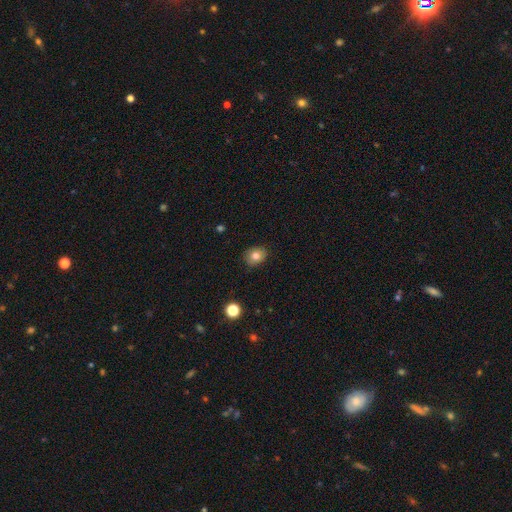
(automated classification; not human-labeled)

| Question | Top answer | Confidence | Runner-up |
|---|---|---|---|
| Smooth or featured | smooth | 79% | star or artifact (11%) |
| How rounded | round | 53% | in between (47%) |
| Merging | none | 86% | minor disturbance (11%) |